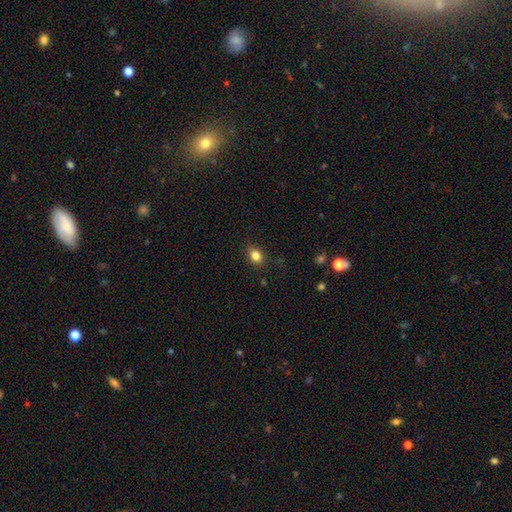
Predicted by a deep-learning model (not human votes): Q: Smooth or featured?
A: smooth (84%); runner-up: star or artifact (11%)
Q: How rounded?
A: round (52%); runner-up: in between (47%)
Q: Merging?
A: none (83%); runner-up: minor disturbance (13%)